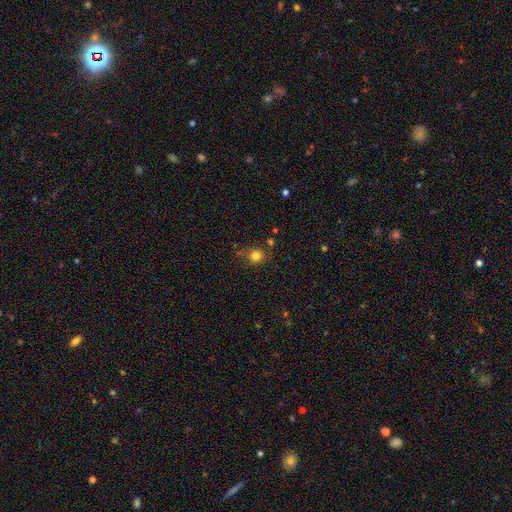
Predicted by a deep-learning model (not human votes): A smooth galaxy with no disk features (80%) that is round (85%).

Vote fractions:
- Smooth or featured? smooth: 80% / star or artifact: 13% / featured or disk: 7%
- How rounded? round: 85% / in between: 14% / cigar-shaped: 1%
- Merging? none: 74% / minor disturbance: 15% / merger: 6% / major disturbance: 5%